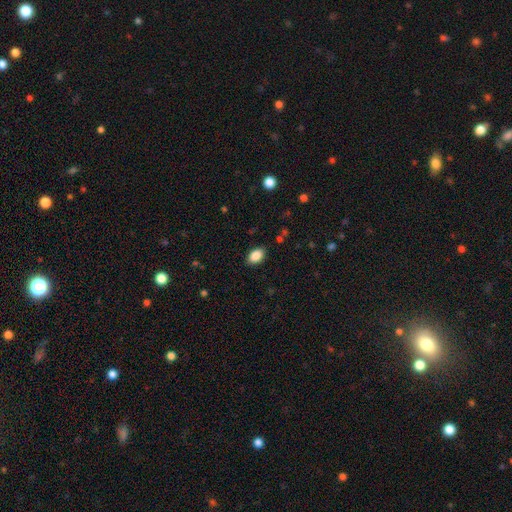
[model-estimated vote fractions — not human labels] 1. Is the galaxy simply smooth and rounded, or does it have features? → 88% smooth, 8% star or artifact, 4% featured or disk.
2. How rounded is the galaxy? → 88% in between, 10% round, 1% cigar-shaped.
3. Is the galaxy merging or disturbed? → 87% none, 9% minor disturbance, 2% major disturbance, 1% merger.